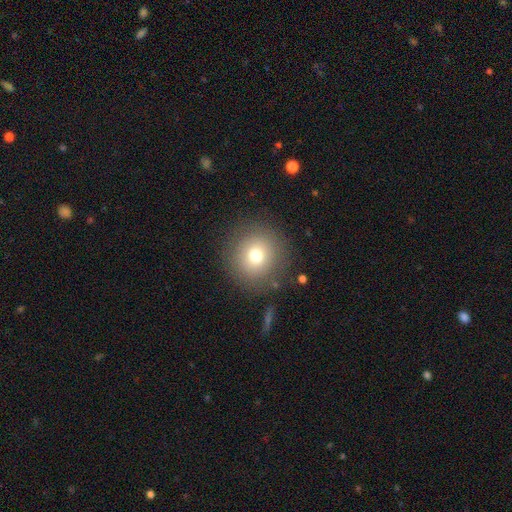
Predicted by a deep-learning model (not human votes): A smooth galaxy with no disk features (74%) that is round (93%).

Vote fractions:
- Smooth or featured? smooth: 74% / featured or disk: 13% / star or artifact: 13%
- How rounded? round: 93% / in between: 6% / cigar-shaped: 1%
- Merging? none: 86% / minor disturbance: 8% / major disturbance: 4% / merger: 2%